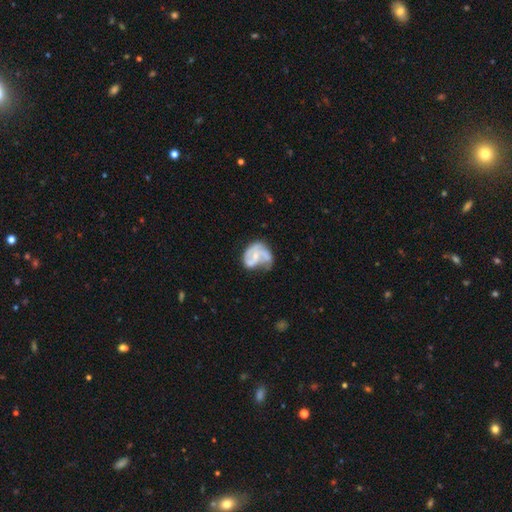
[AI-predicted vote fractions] featured or disk 73%, smooth 21%, star or artifact 6%. Down the decision tree: edge-on disk — no (98%); bar — no (59%); spiral arms — yes (80%); spiral arm count — 2 (46%); spiral winding — medium (43%); bulge size — small (54%); merging — major disturbance (34%).